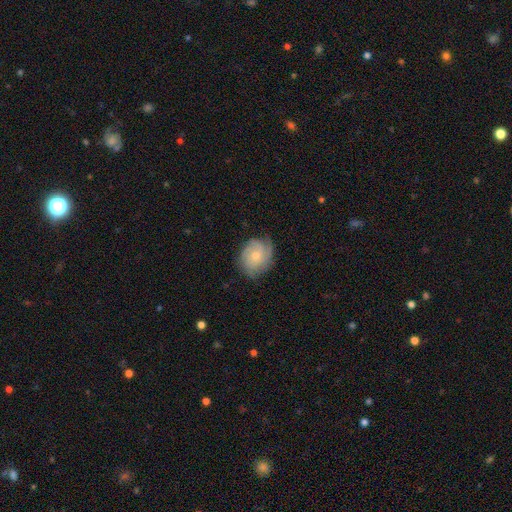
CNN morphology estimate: smooth-or-featured: featured or disk: 53% | smooth: 40% | star or artifact: 7%
  disk-edge-on: no: 97% | yes: 3%
    bar: no: 79% | weak: 19% | strong: 2%
    has-spiral-arms: yes: 85% | no: 15%
    bulge-size: small: 53% | moderate: 41% | none: 3% | large: 2% | dominant: 1%
  merging: none: 65% | minor disturbance: 26% | major disturbance: 8% | merger: 1%